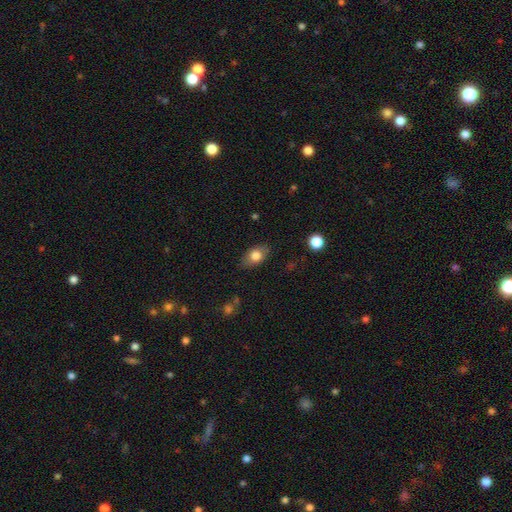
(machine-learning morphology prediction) This appears to be a smooth galaxy with no disk features (77%) that is in between round and cigar-shaped (85%). Merging: none (81%).